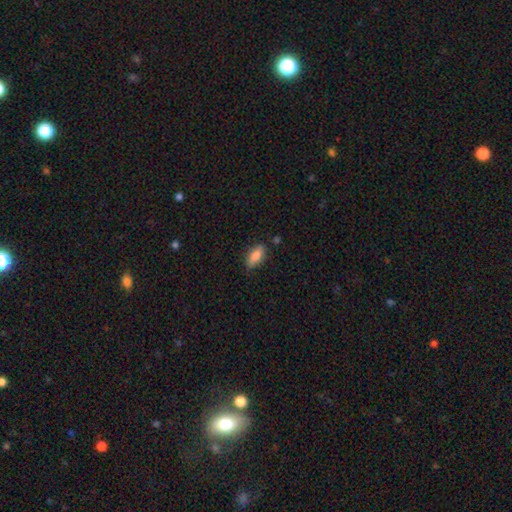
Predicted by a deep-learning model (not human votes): Q: Smooth or featured?
A: smooth (83%); runner-up: featured or disk (10%)
Q: How rounded?
A: in between (83%); runner-up: cigar-shaped (14%)
Q: Merging?
A: none (79%); runner-up: minor disturbance (16%)